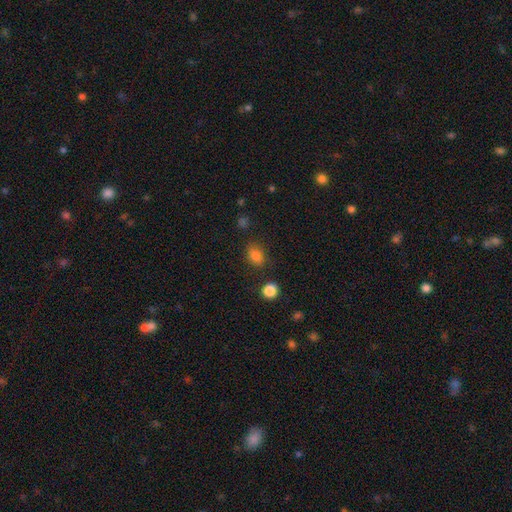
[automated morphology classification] smooth 82%, star or artifact 13%, featured or disk 5%. Down the decision tree: how rounded — in between (60%); merging — none (76%).